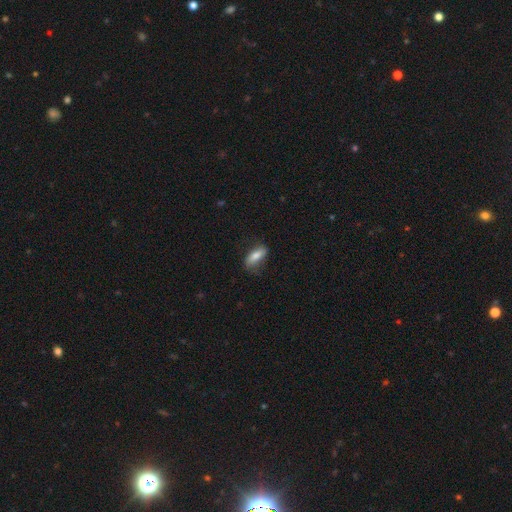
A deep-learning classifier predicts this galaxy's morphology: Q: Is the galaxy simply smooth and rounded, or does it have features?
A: smooth — 71%.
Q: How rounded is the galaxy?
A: in between — 70%.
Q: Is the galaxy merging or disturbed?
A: none — 65%.